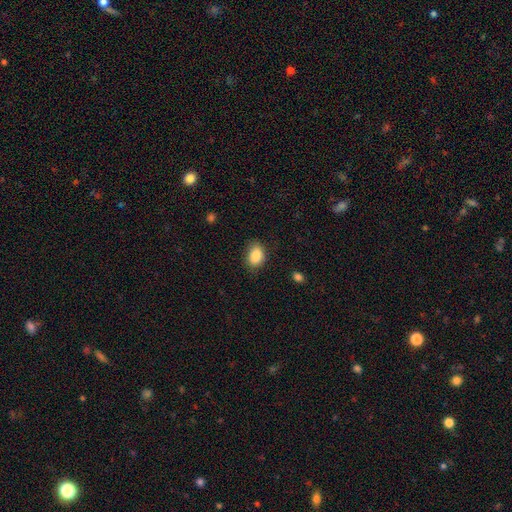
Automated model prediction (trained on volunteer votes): Smooth or featured? Predicted: smooth (p=0.87). How rounded? Predicted: in between (p=0.79). Merging? Predicted: none (p=0.80).